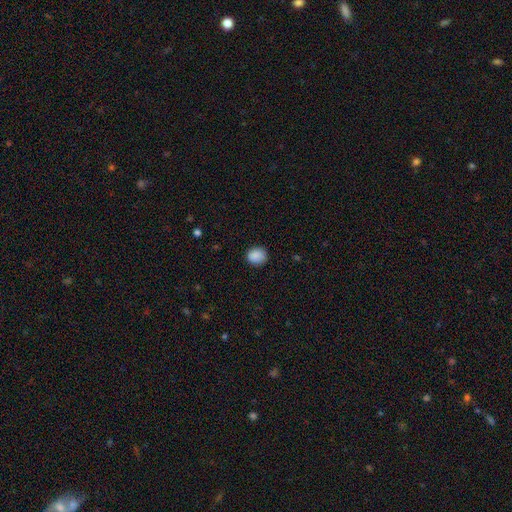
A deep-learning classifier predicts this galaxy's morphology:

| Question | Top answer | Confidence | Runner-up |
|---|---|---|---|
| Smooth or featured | smooth | 88% | star or artifact (8%) |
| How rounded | round | 70% | in between (29%) |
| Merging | none | 85% | minor disturbance (12%) |